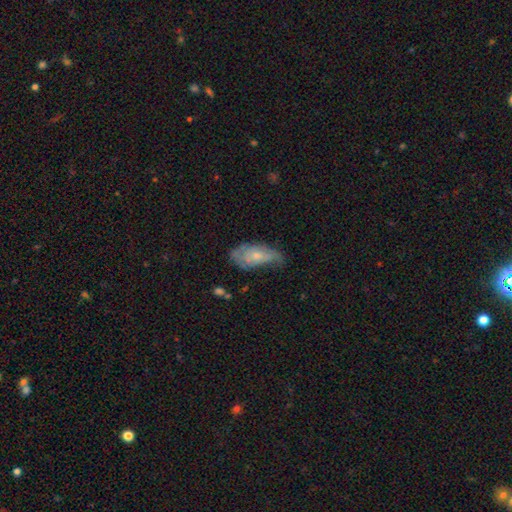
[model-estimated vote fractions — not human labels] Smooth or featured: smooth — 48% (featured or disk — 45%)
Merging: none — 39% (minor disturbance — 37%)